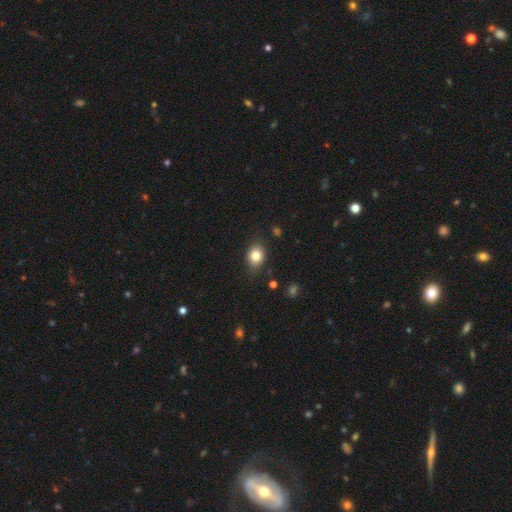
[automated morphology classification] Overall: smooth (81%). How rounded: in between (56%; round 43%). Merging: none (78%).